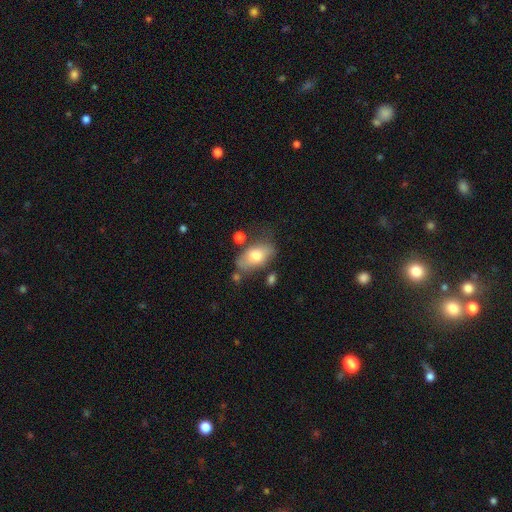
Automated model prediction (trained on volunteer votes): Smooth or featured: smooth — 69% (featured or disk — 24%)
How rounded: in between — 90% (round — 6%)
Merging: none — 60% (minor disturbance — 23%)